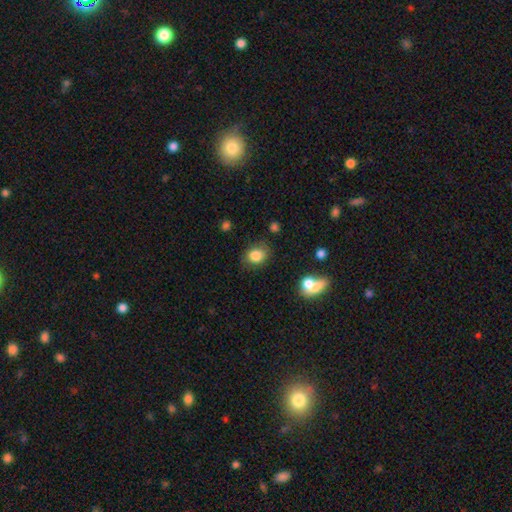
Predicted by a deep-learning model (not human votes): Overall: smooth (84%). How rounded: round (54%; in between 45%). Merging: none (74%).